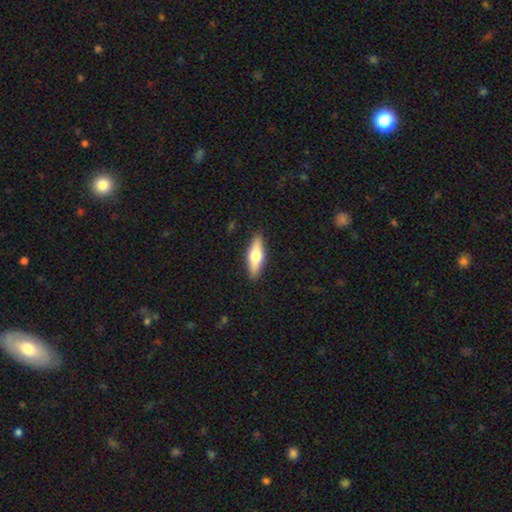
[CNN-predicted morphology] type=smooth (57%); roundness=cigar-shaped (50%); merging=none (89%).